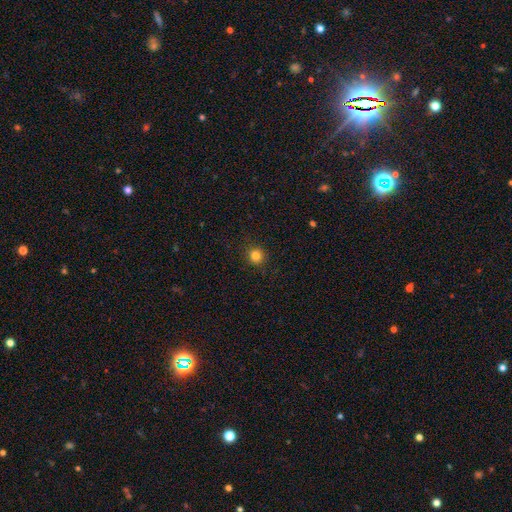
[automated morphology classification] Q: Smooth or featured?
A: smooth (83%); runner-up: star or artifact (12%)
Q: How rounded?
A: round (91%); runner-up: in between (8%)
Q: Merging?
A: none (91%); runner-up: minor disturbance (6%)